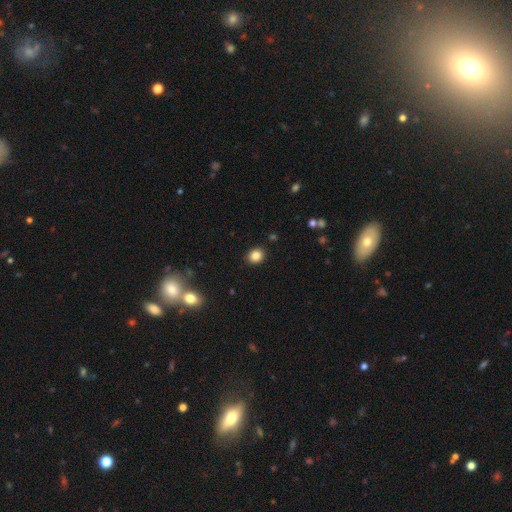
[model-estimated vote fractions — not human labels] This is clearly a smooth galaxy (85%). How rounded: likely round (71%). Merging: clearly none (90%).